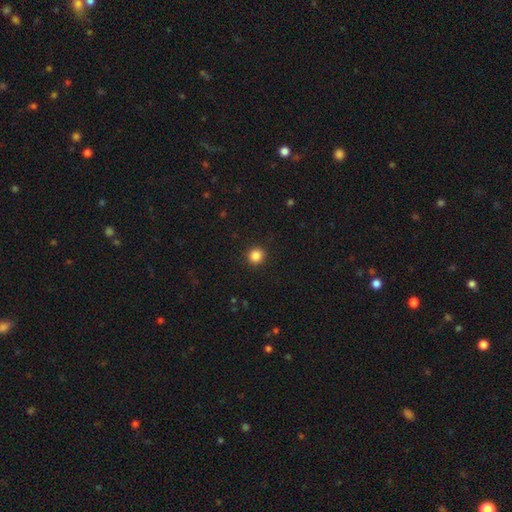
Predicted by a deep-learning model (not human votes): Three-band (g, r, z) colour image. It shows a smooth galaxy with no disk features (86%) that is round (93%). Merging: none (92%).